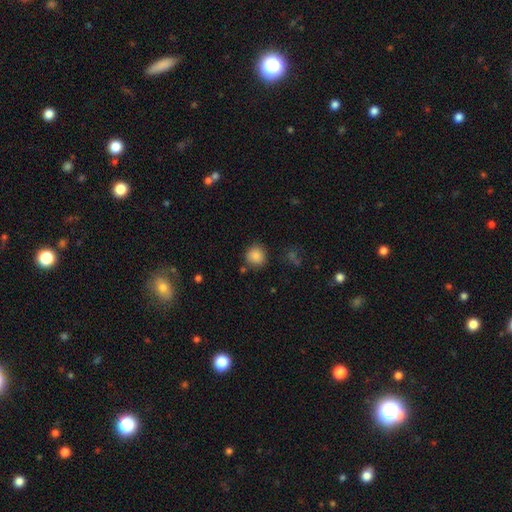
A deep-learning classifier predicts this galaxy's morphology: Smooth or featured? smooth (87%)
How rounded? round (88%)
Merging? none (81%)